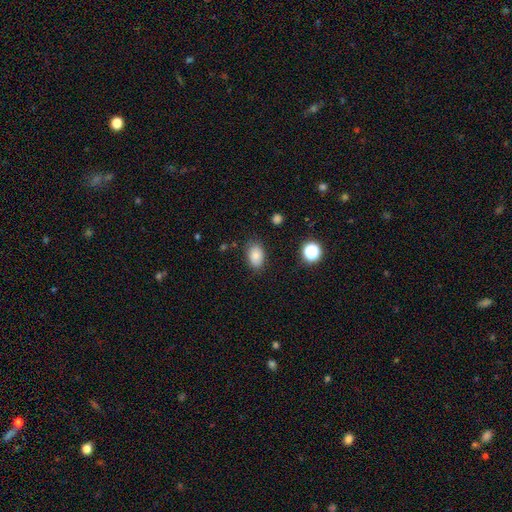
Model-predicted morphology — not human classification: Smooth or featured? smooth (82%)
How rounded? in between (85%)
Merging? none (81%)